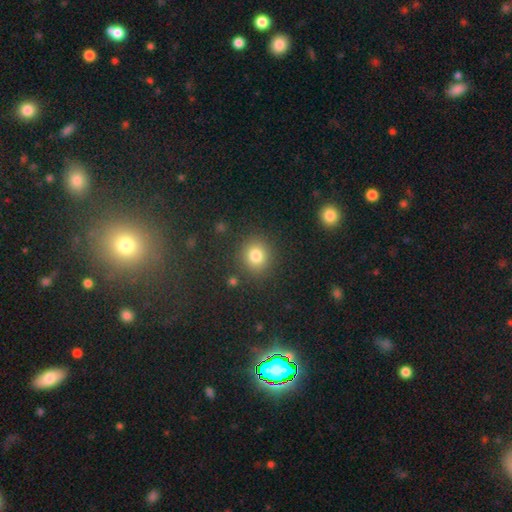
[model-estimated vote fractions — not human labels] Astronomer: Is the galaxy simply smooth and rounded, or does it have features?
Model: smooth — 81%.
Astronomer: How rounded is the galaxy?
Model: round — 84%.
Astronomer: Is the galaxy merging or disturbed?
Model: none — 86%.